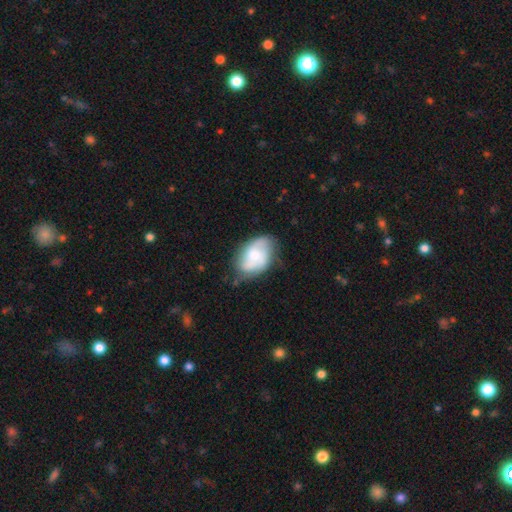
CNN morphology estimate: type=featured or disk (51%); edge-on=no (95%); merging=none (57%).